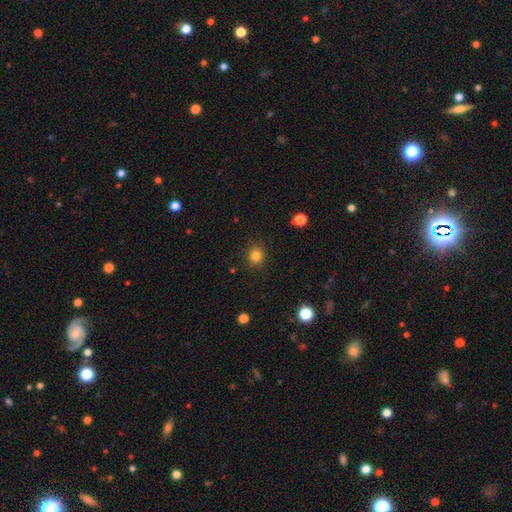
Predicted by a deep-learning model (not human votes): Smooth or featured?
  - smooth: 82% *
  - star or artifact: 13%
  - featured or disk: 5%
How rounded?
  - round: 89% *
  - in between: 10%
  - cigar-shaped: 1%
Merging?
  - none: 90% *
  - minor disturbance: 7%
  - major disturbance: 2%
  - merger: 1%